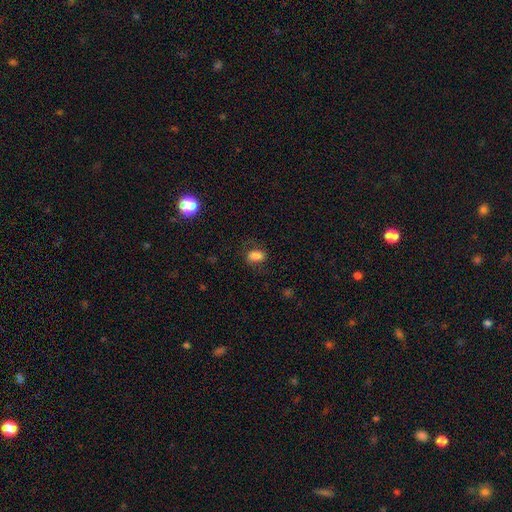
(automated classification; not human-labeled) smooth 79%, featured or disk 11%, star or artifact 10%. Down the decision tree: how rounded — in between (83%); merging — none (71%).